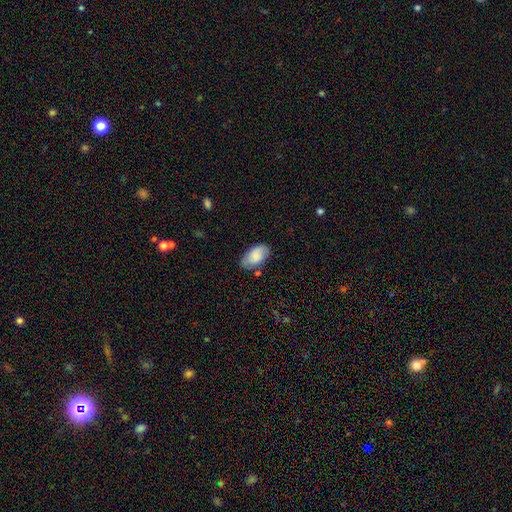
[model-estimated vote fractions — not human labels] A smooth galaxy with no disk features (78%) that is in between round and cigar-shaped (95%).

Vote fractions:
- Smooth or featured? smooth: 78% / featured or disk: 15% / star or artifact: 7%
- How rounded? in between: 95% / round: 3% / cigar-shaped: 2%
- Merging? none: 75% / minor disturbance: 19% / major disturbance: 4% / merger: 2%